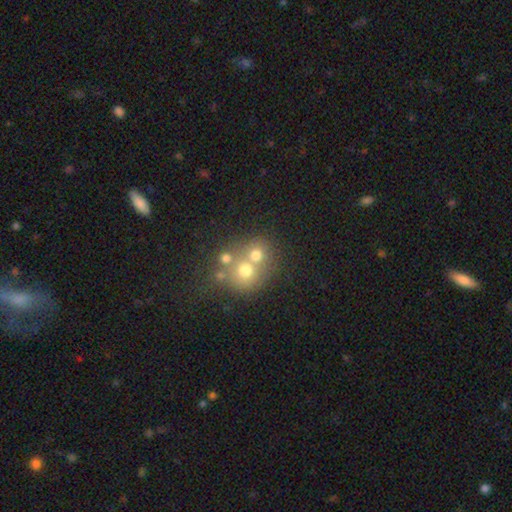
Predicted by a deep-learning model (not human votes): A smooth galaxy with no disk features (63%) that is round (80%). Merging: merger (51%).